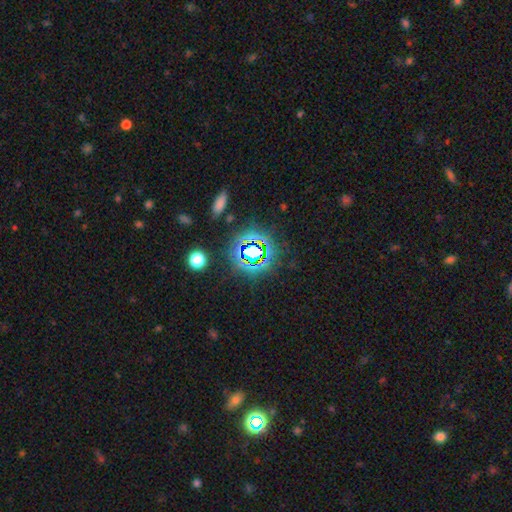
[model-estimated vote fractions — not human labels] star or artifact 76%, smooth 14%, featured or disk 10%.